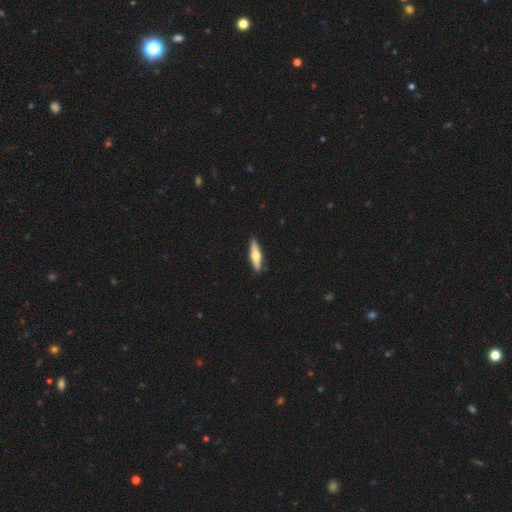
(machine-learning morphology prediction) A smooth galaxy with no disk features (53%) that is cigar-shaped (73%). Merging: none (90%).